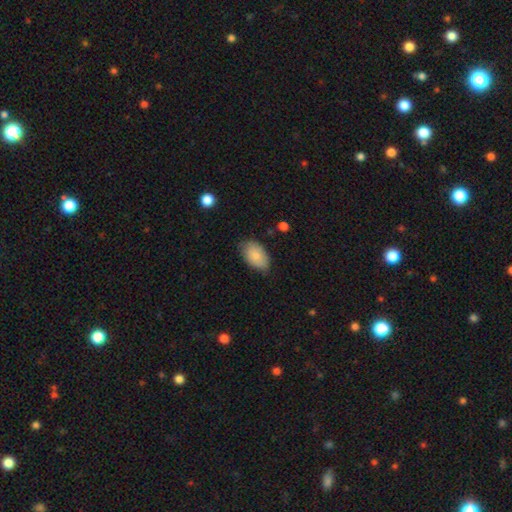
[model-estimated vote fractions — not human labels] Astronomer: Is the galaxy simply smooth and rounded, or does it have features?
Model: smooth — 81%.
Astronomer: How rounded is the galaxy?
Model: in between — 93%.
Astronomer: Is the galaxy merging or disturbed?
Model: none — 74%.